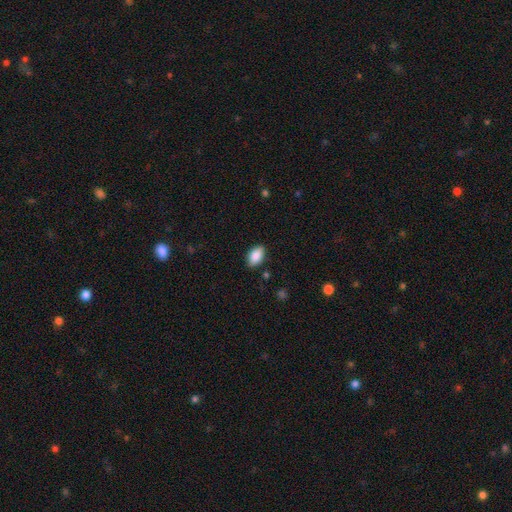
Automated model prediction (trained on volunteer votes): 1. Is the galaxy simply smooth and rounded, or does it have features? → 87% smooth, 7% star or artifact, 6% featured or disk.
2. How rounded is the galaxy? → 92% in between, 6% round, 2% cigar-shaped.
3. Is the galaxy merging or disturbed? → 87% none, 10% minor disturbance, 2% major disturbance, 1% merger.